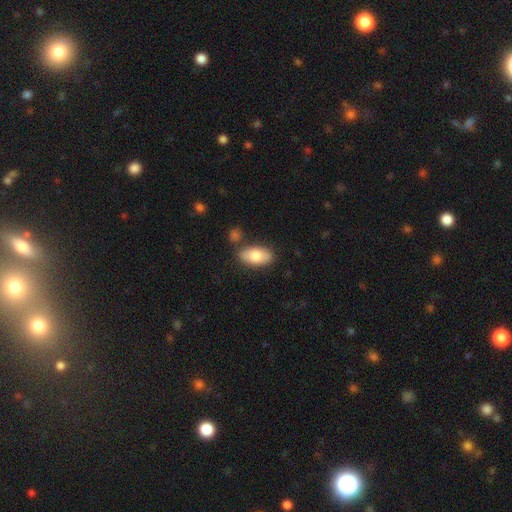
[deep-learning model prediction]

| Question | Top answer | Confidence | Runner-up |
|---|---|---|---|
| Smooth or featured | smooth | 78% | featured or disk (17%) |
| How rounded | in between | 93% | round (3%) |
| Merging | none | 78% | minor disturbance (12%) |